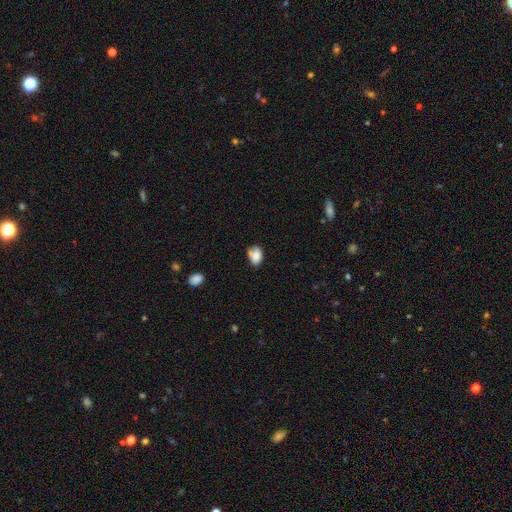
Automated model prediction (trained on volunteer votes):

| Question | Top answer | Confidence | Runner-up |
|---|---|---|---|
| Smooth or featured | smooth | 81% | featured or disk (10%) |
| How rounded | in between | 79% | round (20%) |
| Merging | none | 50% | minor disturbance (31%) |